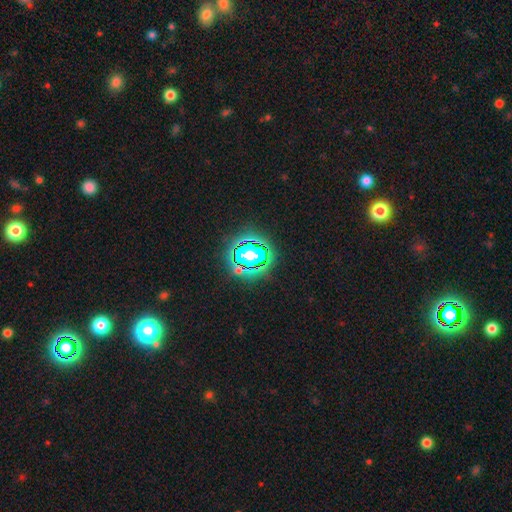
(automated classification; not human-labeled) Smooth or featured?
  - star or artifact: 80% *
  - smooth: 13%
  - featured or disk: 7%